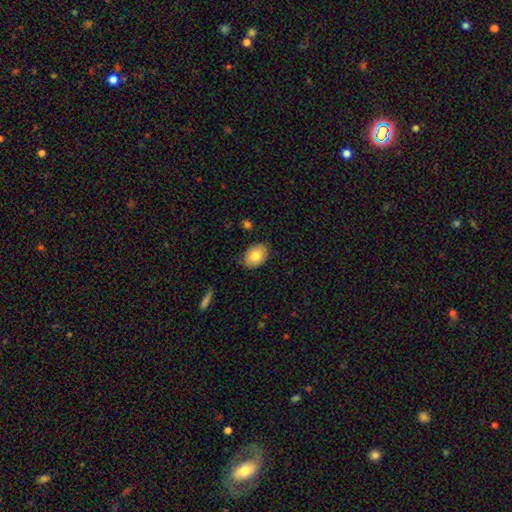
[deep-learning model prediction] smooth 82%, featured or disk 11%, star or artifact 7%. Down the decision tree: how rounded — in between (79%); merging — none (83%).